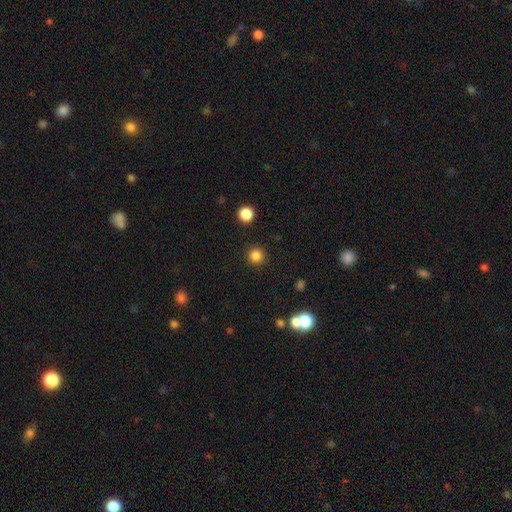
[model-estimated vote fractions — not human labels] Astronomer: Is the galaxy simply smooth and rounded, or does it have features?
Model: smooth — 83%.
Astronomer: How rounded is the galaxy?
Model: round — 95%.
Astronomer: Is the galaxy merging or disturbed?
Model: none — 91%.